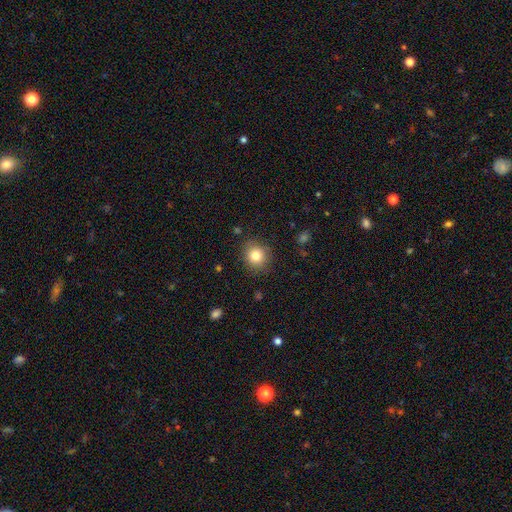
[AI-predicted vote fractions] Smooth or featured? Predicted: smooth (p=0.81). How rounded? Predicted: round (p=0.85). Merging? Predicted: none (p=0.87).